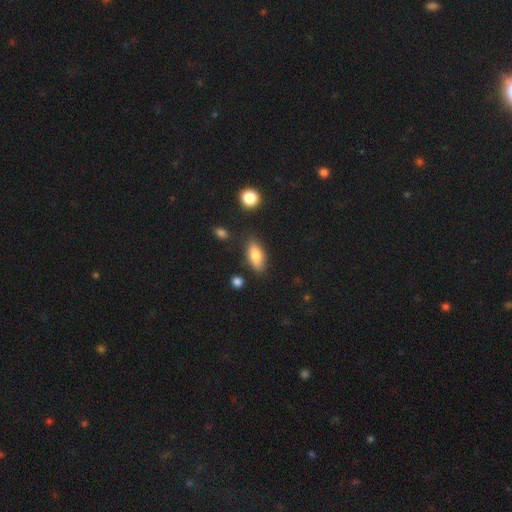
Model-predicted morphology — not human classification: Overall: smooth (78%). How rounded: in between (82%). Merging: none (80%).